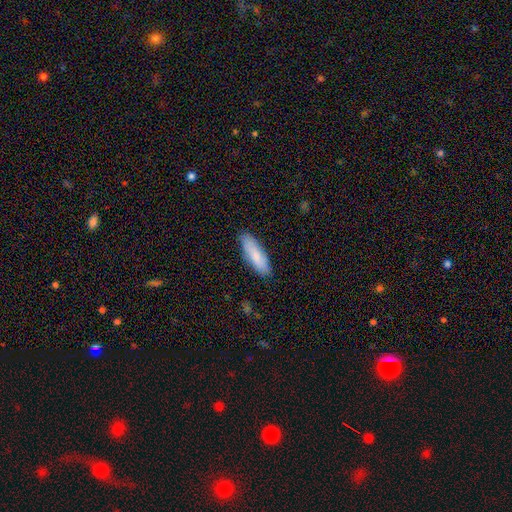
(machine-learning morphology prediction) This appears to be a smooth galaxy with no disk features (78%) that is cigar-shaped (49%, tied with in between). Merging: none (85%).